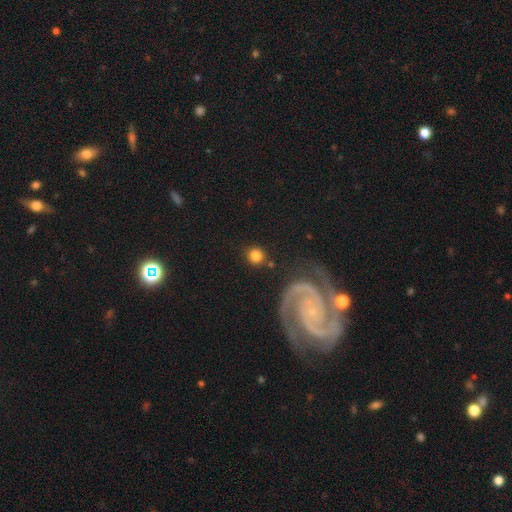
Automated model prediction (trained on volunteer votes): Smooth or featured? smooth (78%)
How rounded? round (93%)
Merging? none (83%)